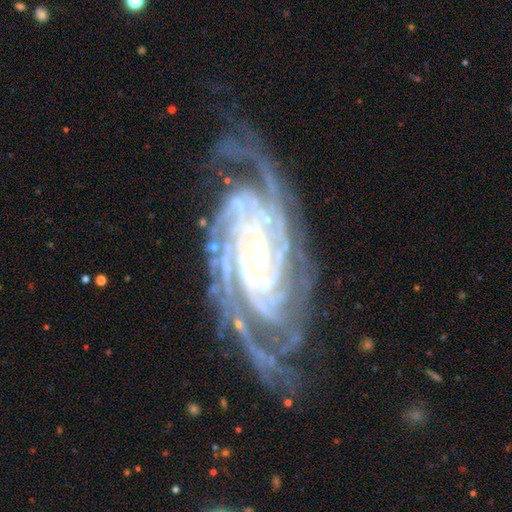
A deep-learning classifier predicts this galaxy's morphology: Smooth or featured: featured or disk — 93% (star or artifact — 5%)
Edge-on disk: no — 96% (yes — 4%)
Bar: no — 61% (weak — 22%)
Spiral arms: yes — 99% (no — 1%)
Spiral winding: tight — 77% (medium — 20%)
Spiral arm count: 4 — 26% (3 — 20%)
Bulge size: moderate — 50% (small — 42%)
Merging: none — 71% (minor disturbance — 18%)